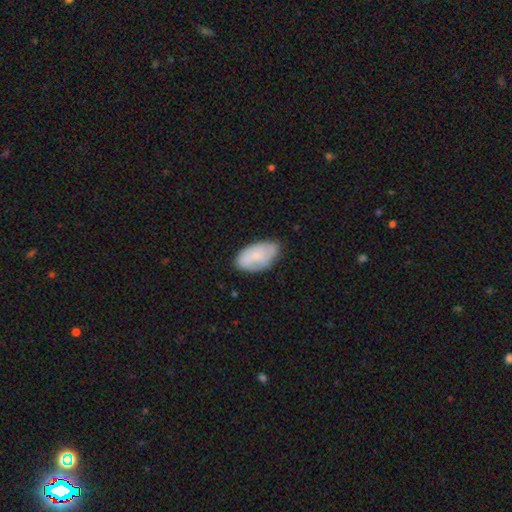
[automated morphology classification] smooth 71%, featured or disk 22%, star or artifact 7%. Down the decision tree: how rounded — in between (94%); merging — none (63%).